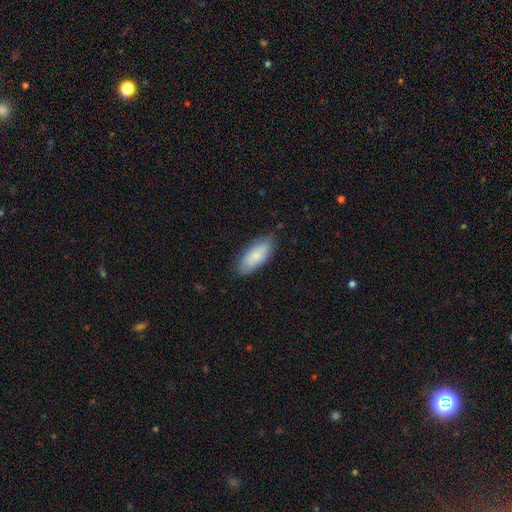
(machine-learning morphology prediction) This appears to be a smooth galaxy with no disk features (81%) that is in between round and cigar-shaped (82%). Merging: none (82%).